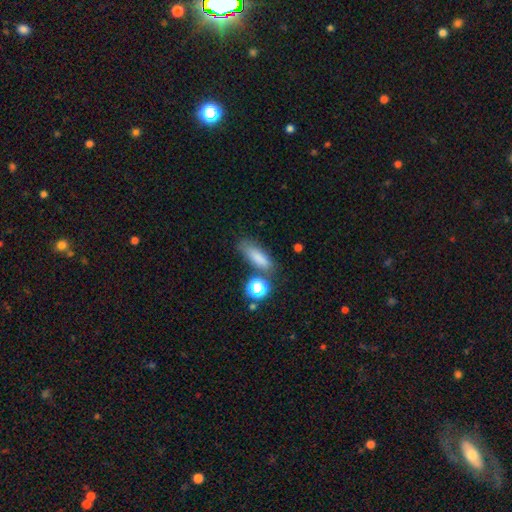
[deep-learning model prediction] This is likely a smooth galaxy (75%). How rounded: possibly in between (51%). Merging: likely none (62%).